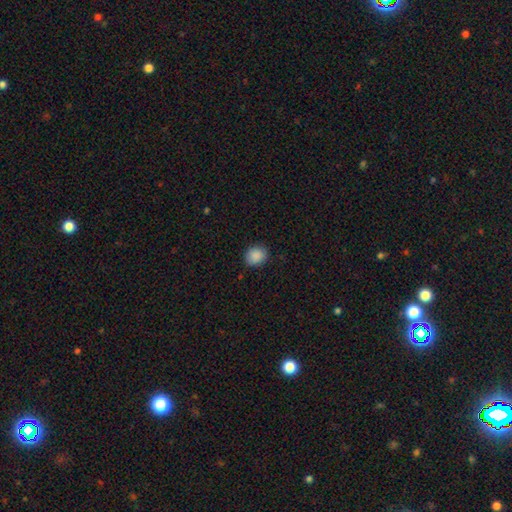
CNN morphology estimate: Overall: smooth (89%). How rounded: round (62%; in between 37%). Merging: none (85%).